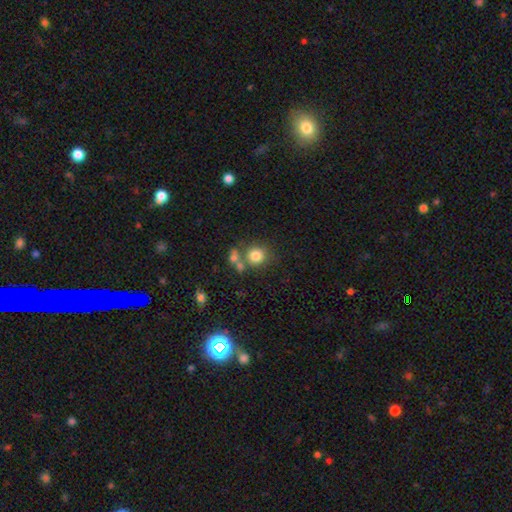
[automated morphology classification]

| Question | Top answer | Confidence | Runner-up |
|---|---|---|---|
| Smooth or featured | smooth | 80% | star or artifact (11%) |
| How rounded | round | 87% | in between (12%) |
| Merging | none | 62% | merger (23%) |